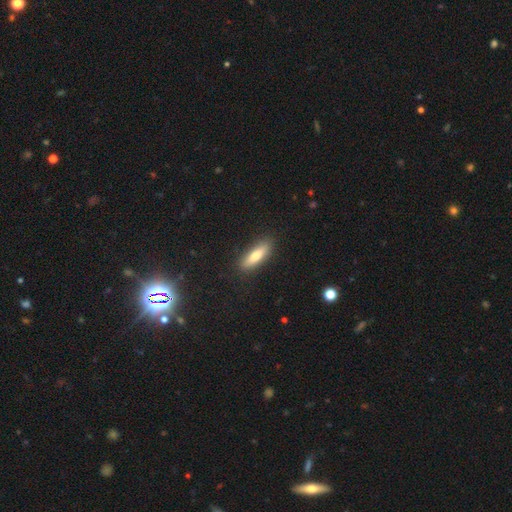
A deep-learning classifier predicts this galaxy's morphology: smooth_or_featured: smooth (p=0.72) [alt: featured or disk p=0.20]
how_rounded: cigar-shaped (p=0.58) [alt: in between p=0.39]
merging: none (p=0.88) [alt: minor disturbance p=0.09]